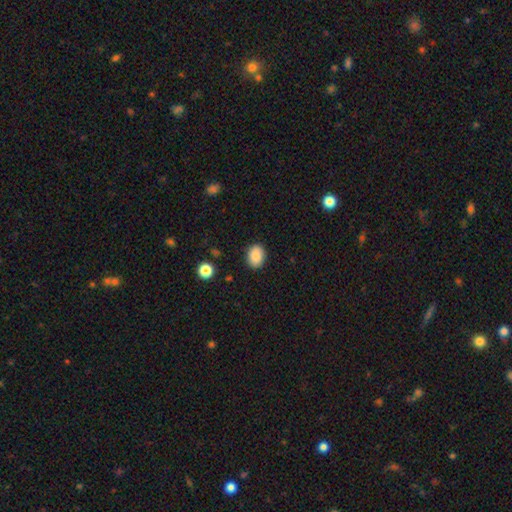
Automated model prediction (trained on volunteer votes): Smooth or featured: smooth — 88% (star or artifact — 8%)
How rounded: in between — 67% (round — 32%)
Merging: none — 88% (minor disturbance — 9%)